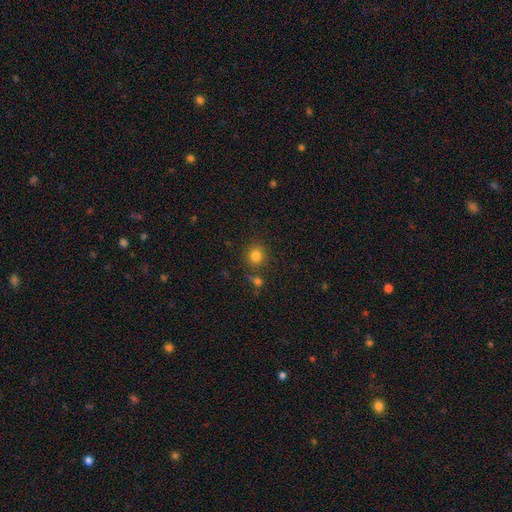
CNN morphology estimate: Smooth or featured?
  - smooth: 81% *
  - star or artifact: 13%
  - featured or disk: 6%
How rounded?
  - round: 86% *
  - in between: 13%
  - cigar-shaped: 1%
Merging?
  - none: 78% *
  - merger: 9%
  - minor disturbance: 9%
  - major disturbance: 3%